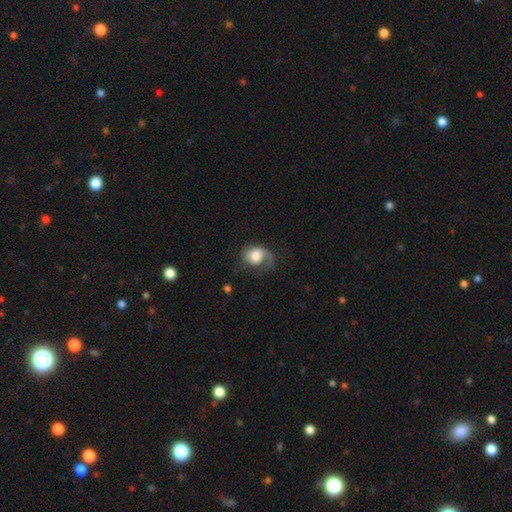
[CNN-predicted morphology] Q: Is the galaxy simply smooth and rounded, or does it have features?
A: featured or disk — 48%.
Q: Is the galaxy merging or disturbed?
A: none — 39%.